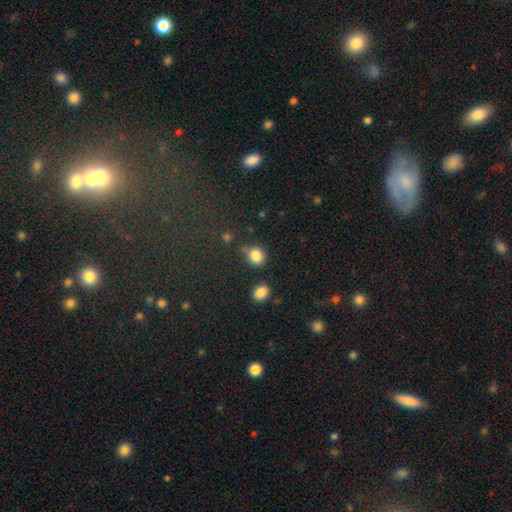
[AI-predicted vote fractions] Morphology: type=smooth (84%); roundness=round (69%); merging=none (67%).